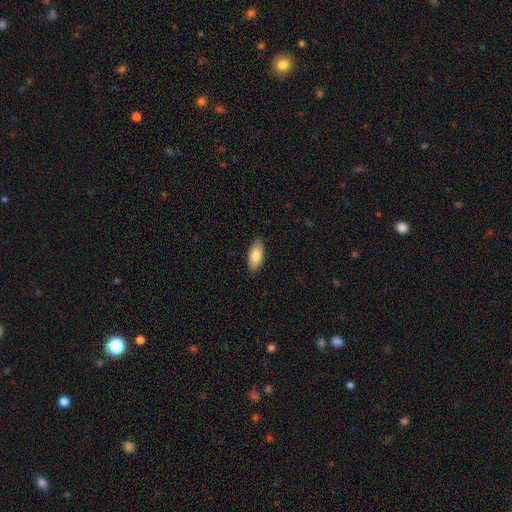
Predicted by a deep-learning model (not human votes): Q: Smooth or featured?
A: smooth (81%); runner-up: featured or disk (13%)
Q: How rounded?
A: in between (85%); runner-up: cigar-shaped (13%)
Q: Merging?
A: none (87%); runner-up: minor disturbance (10%)